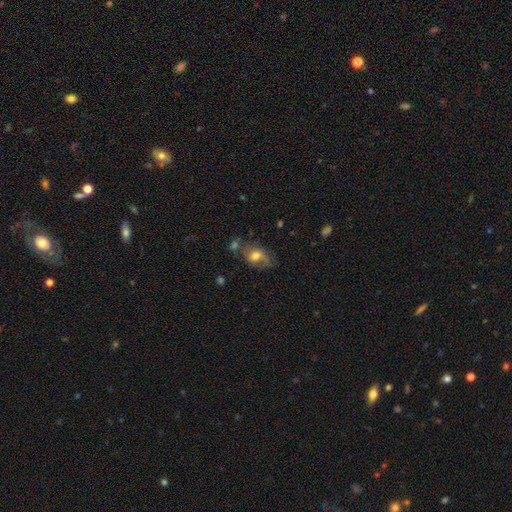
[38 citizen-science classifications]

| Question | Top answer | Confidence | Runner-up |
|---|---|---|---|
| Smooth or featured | smooth | 53% | featured or disk (42%) |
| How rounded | in between | 80% | round (20%) |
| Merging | none | 39% | minor disturbance (28%) |